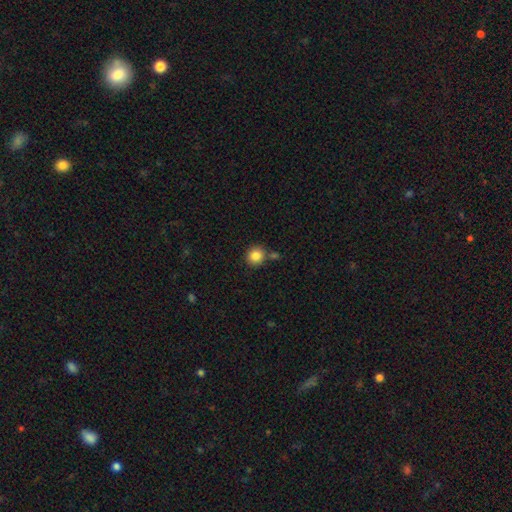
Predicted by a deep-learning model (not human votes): This is clearly a smooth galaxy (84%). How rounded: clearly round (91%). Merging: likely none (76%).